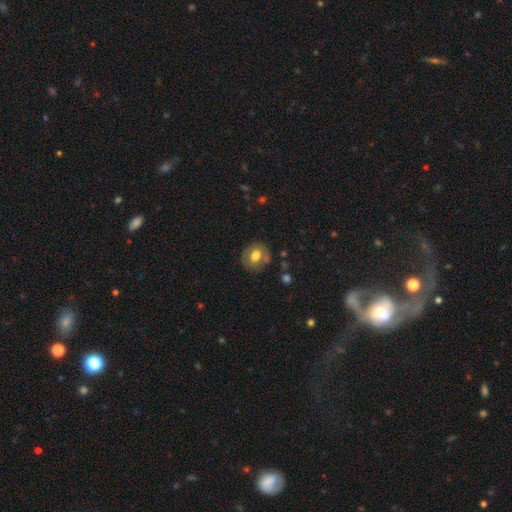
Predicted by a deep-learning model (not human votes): This is likely a smooth galaxy (65%). How rounded: likely round (79%). Merging: likely none (80%).